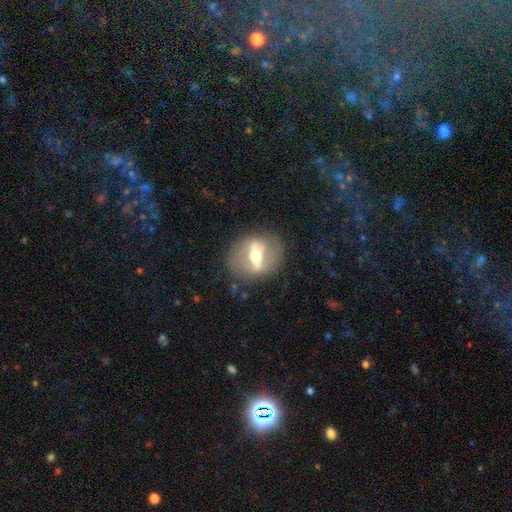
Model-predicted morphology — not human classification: Q: Smooth or featured?
A: featured or disk (73%); runner-up: smooth (20%)
Q: Edge-on disk?
A: no (62%); runner-up: yes (38%)
Q: Merging?
A: none (80%); runner-up: minor disturbance (11%)